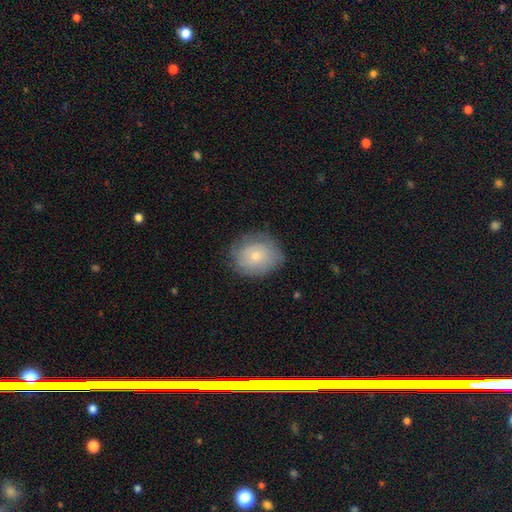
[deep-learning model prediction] Overall: smooth (64%; featured or disk 28%). How rounded: round (66%; in between 33%). Merging: none (73%).